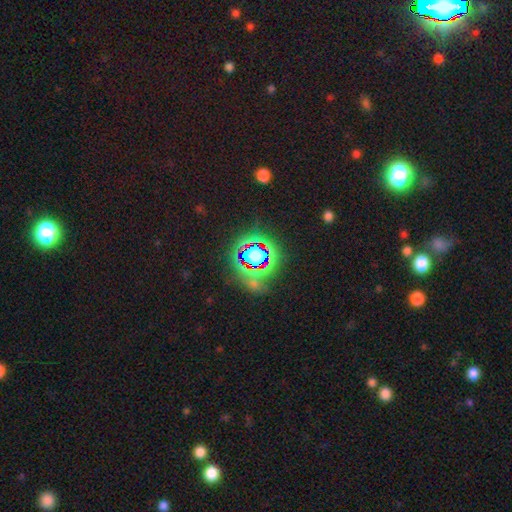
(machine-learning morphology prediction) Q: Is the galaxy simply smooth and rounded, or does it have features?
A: star or artifact — 79%.